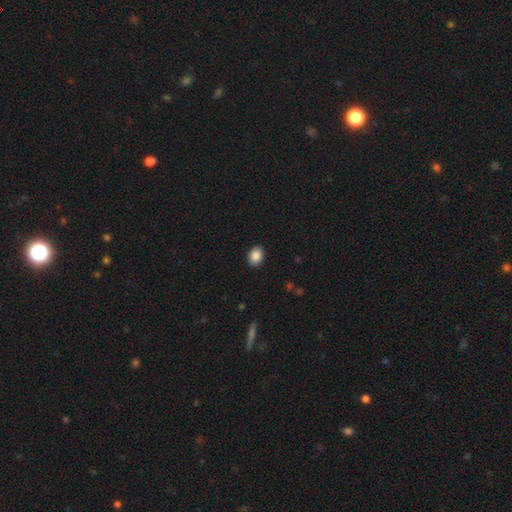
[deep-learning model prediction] Overall: smooth (88%). How rounded: in between (68%; round 31%). Merging: none (90%).